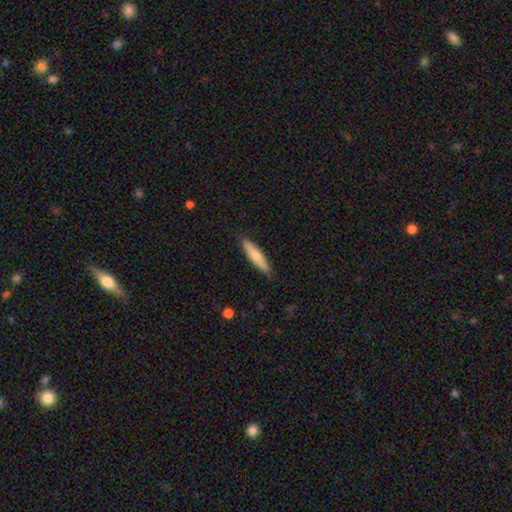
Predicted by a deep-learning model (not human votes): smooth 71%, featured or disk 24%, star or artifact 5%. Down the decision tree: how rounded — cigar-shaped (80%); merging — none (87%).